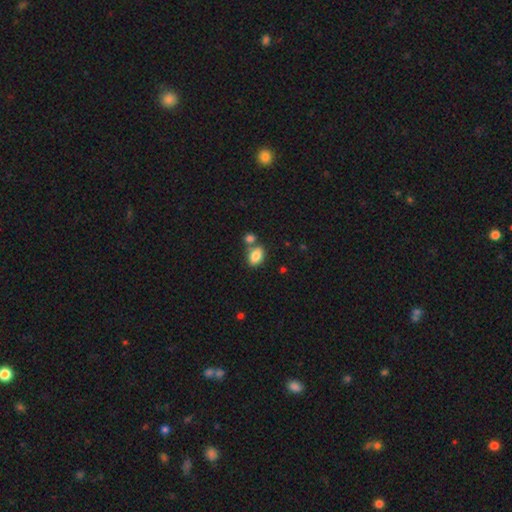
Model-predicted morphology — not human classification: The model was most divided on "merging": none: 56%, merger: 29%, minor disturbance: 11%, major disturbance: 3%. More confident: how rounded — in between (85%); smooth or featured — smooth (85%).